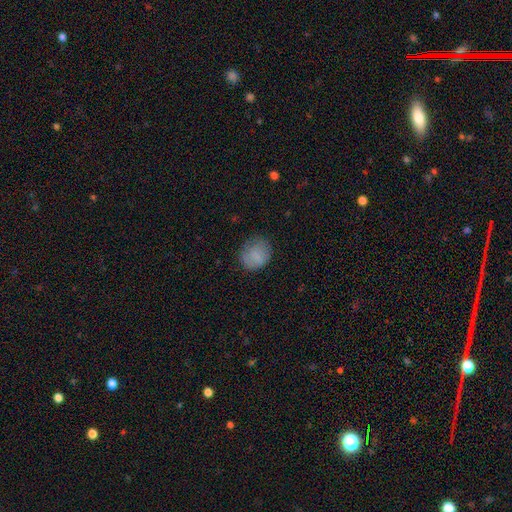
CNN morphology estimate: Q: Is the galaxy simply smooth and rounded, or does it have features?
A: smooth — 81%.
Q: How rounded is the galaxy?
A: round — 65%.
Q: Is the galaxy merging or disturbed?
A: none — 67%.